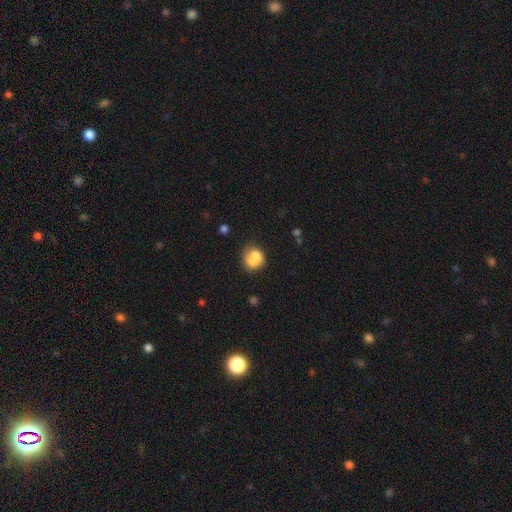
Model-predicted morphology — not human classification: smooth-or-featured: smooth: 71% | featured or disk: 21% | star or artifact: 8%
  how-rounded: round: 64% | in between: 35% | cigar-shaped: 1%
  merging: merger: 57% | none: 28% | minor disturbance: 10% | major disturbance: 5%